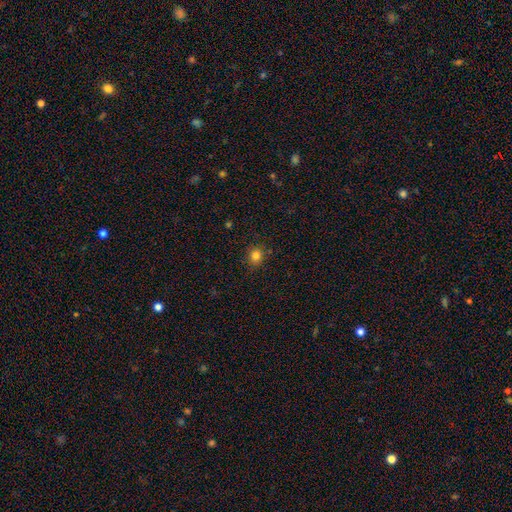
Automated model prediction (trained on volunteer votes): Smooth or featured? smooth (82%)
How rounded? round (79%)
Merging? none (86%)